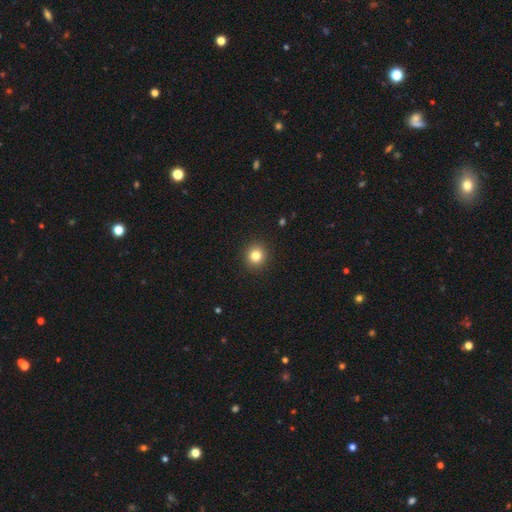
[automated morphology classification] smooth-or-featured: smooth: 81% | star or artifact: 12% | featured or disk: 6%
  how-rounded: round: 92% | in between: 7% | cigar-shaped: 1%
  merging: none: 92% | minor disturbance: 5% | major disturbance: 2% | merger: 1%